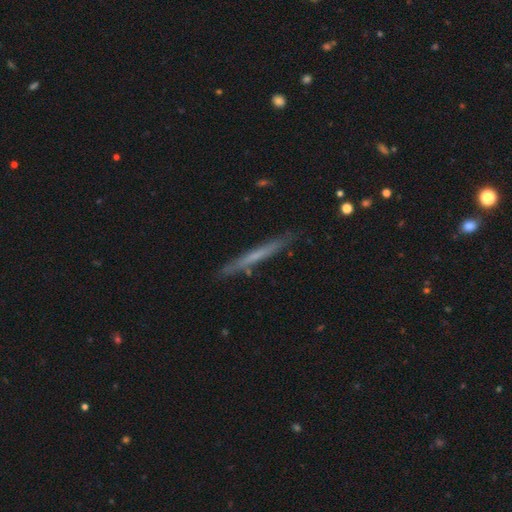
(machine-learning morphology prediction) This appears to be a featured or disk galaxy (48%). Merging: none (86%).